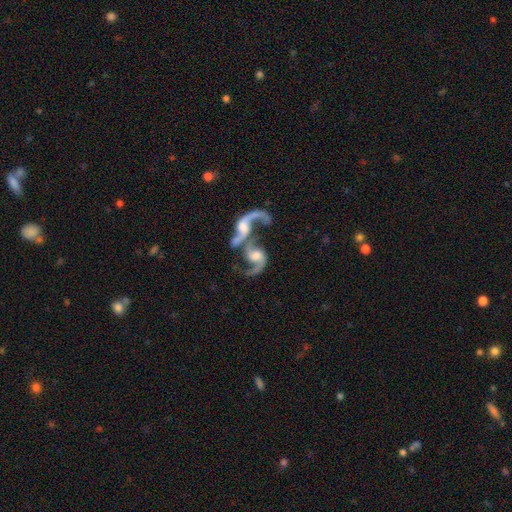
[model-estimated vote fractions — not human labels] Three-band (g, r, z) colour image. It shows a featured or disk galaxy (85%) with no bar (54%), 2 (77%) loose (69%) spiral arms (93%) and a moderate central bulge (53%). Merging: merger (71%).